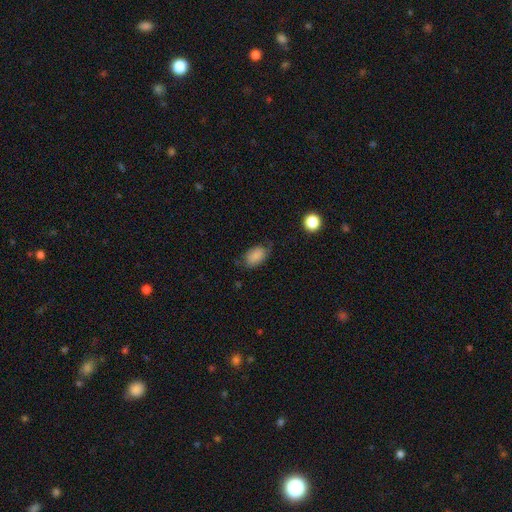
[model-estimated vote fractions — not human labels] This is clearly a smooth galaxy (84%). How rounded: clearly in between (90%). Merging: likely none (64%).